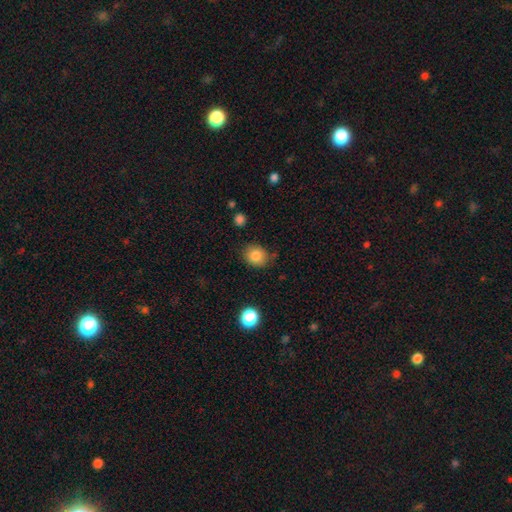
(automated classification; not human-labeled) Smooth or featured: smooth — 83% (star or artifact — 10%)
How rounded: round — 69% (in between — 30%)
Merging: none — 81% (minor disturbance — 14%)